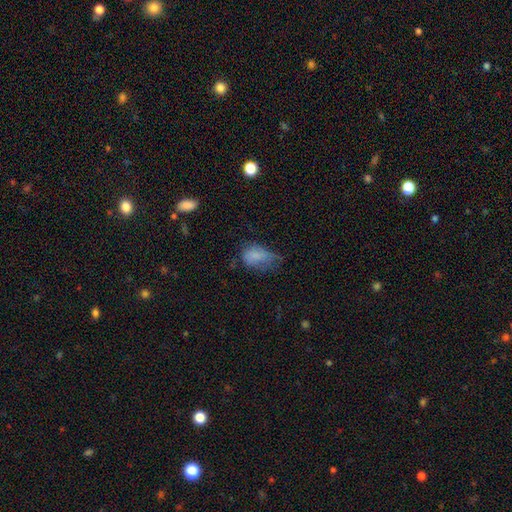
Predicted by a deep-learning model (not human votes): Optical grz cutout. It shows a smooth galaxy with no disk features (74%) that is in between round and cigar-shaped (85%). Merging: minor disturbance (38%).